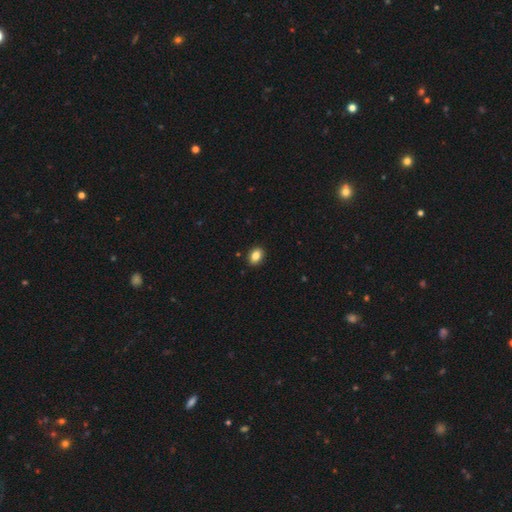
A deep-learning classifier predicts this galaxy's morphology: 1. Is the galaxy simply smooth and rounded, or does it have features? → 86% smooth, 9% star or artifact, 5% featured or disk.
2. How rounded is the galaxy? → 72% in between, 27% round, 1% cigar-shaped.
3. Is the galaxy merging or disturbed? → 90% none, 7% minor disturbance, 2% major disturbance, 1% merger.